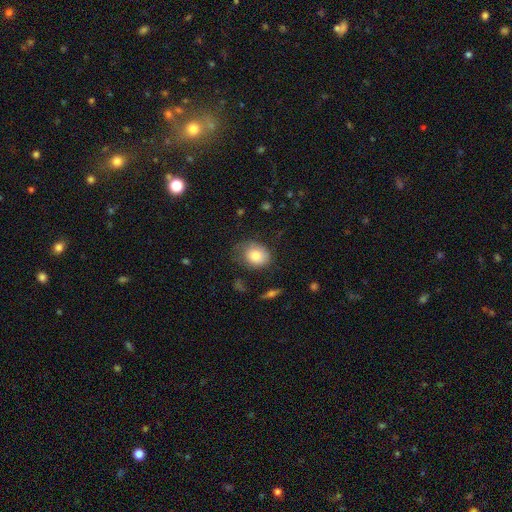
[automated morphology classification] smooth 80%, featured or disk 12%, star or artifact 8%. Down the decision tree: how rounded — in between (50%); merging — none (59%).